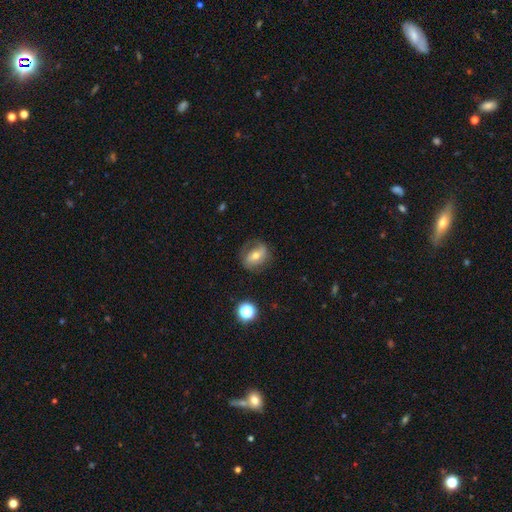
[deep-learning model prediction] Smooth or featured: featured or disk — 52% (smooth — 38%)
Edge-on disk: no — 93% (yes — 7%)
Merging: none — 68% (minor disturbance — 20%)